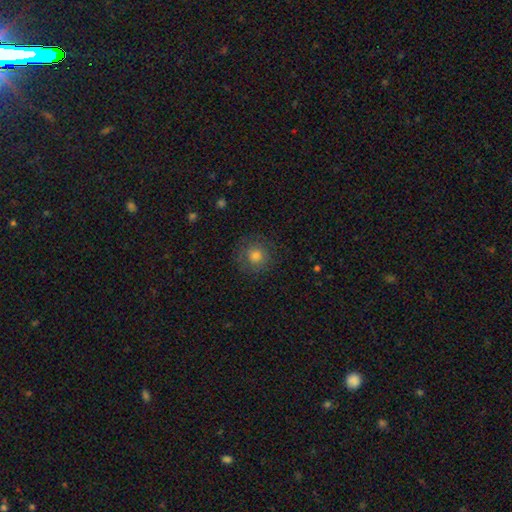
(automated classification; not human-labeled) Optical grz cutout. It shows a smooth galaxy with no disk features (75%) that is round (92%). Merging: none (83%).